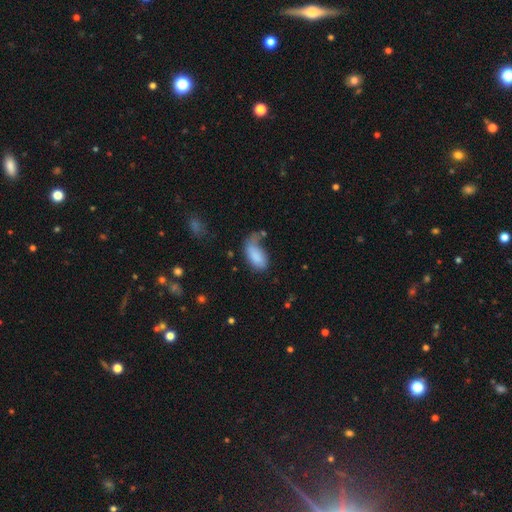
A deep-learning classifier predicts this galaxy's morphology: smooth 81%, featured or disk 11%, star or artifact 8%. Down the decision tree: how rounded — in between (93%); merging — major disturbance (32%).